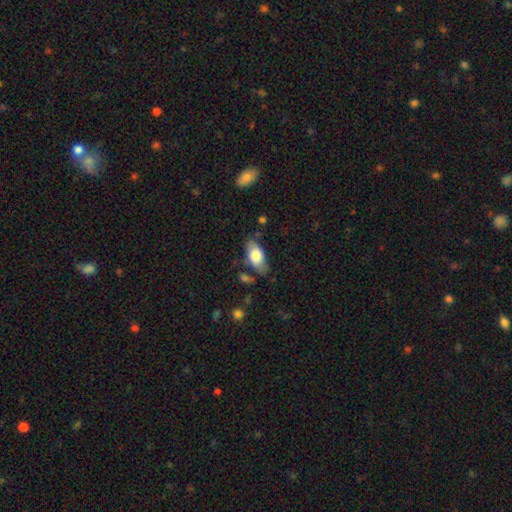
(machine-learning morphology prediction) Smooth or featured? Predicted: smooth (p=0.74). How rounded? Predicted: in between (p=0.90). Merging? Predicted: none (p=0.72).